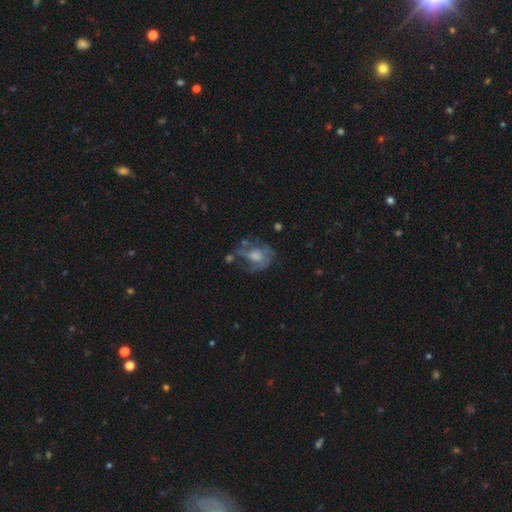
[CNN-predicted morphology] Smooth or featured: featured or disk — 66% (smooth — 22%)
Edge-on disk: no — 97% (yes — 3%)
Bar: no — 68% (weak — 26%)
Spiral arms: yes — 66% (no — 34%)
Bulge size: moderate — 51% (small — 22%)
Merging: none — 49% (major disturbance — 23%)